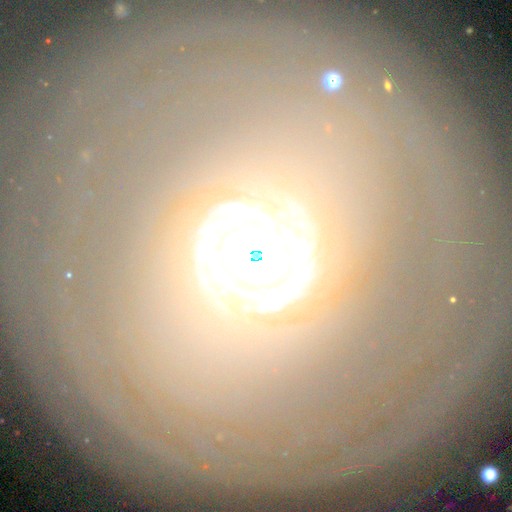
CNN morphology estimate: Smooth or featured? featured or disk (60%)
Edge-on disk? no (92%)
Bar? no (77%)
Spiral arms? yes (54%)
Bulge size? large (43%)
Merging? none (75%)